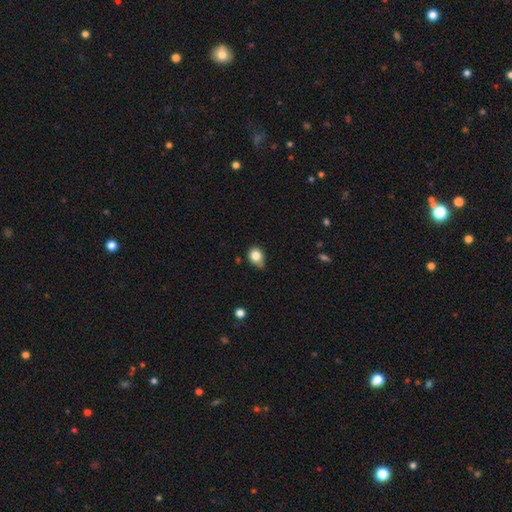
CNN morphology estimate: Smooth or featured? smooth (82%)
How rounded? round (54%)
Merging? none (50%)